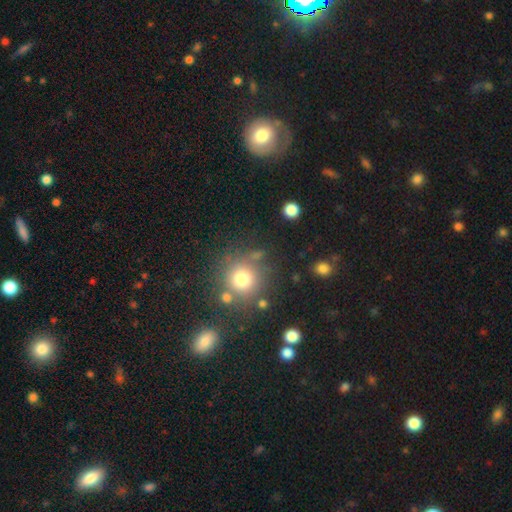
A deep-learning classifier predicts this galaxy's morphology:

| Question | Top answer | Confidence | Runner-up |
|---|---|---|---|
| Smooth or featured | smooth | 72% | star or artifact (18%) |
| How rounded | round | 90% | in between (9%) |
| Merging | none | 75% | minor disturbance (10%) |